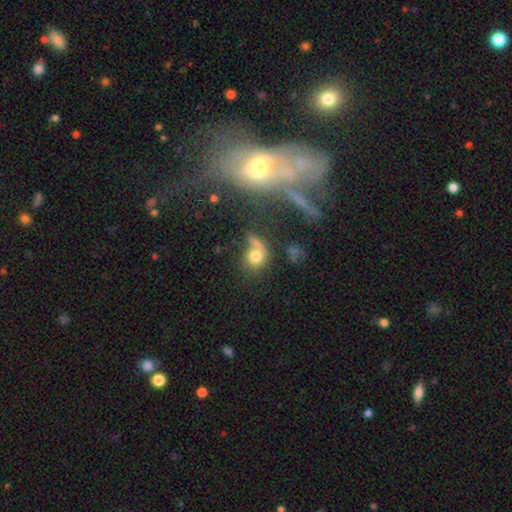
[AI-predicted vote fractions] smooth-or-featured: smooth: 72% | star or artifact: 15% | featured or disk: 14%
  how-rounded: round: 73% | in between: 25% | cigar-shaped: 2%
  merging: none: 45% | merger: 28% | minor disturbance: 15% | major disturbance: 12%